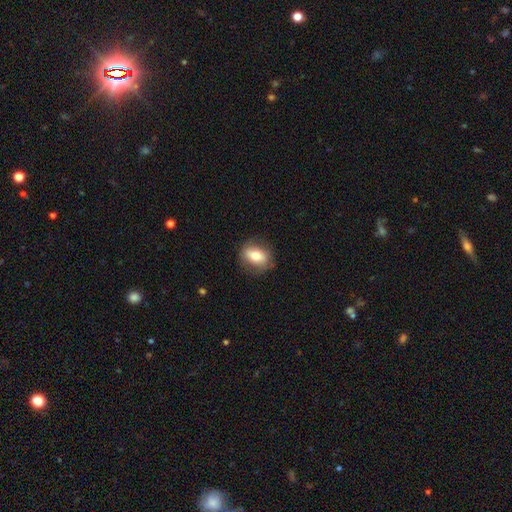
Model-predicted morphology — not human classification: smooth_or_featured: smooth (p=0.71) [alt: featured or disk p=0.21]
how_rounded: in between (p=0.65) [alt: round p=0.33]
merging: none (p=0.81) [alt: minor disturbance p=0.14]